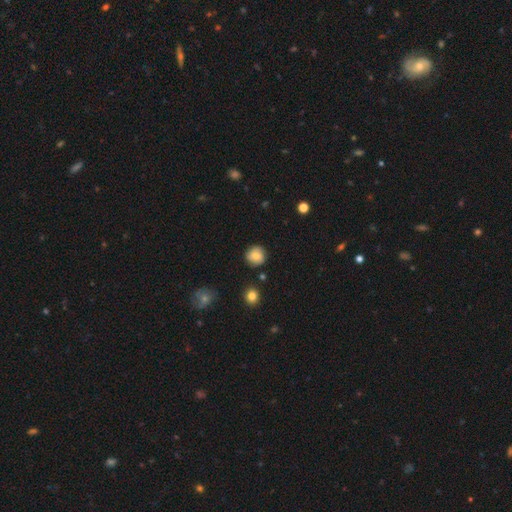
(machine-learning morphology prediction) The model was most divided on "smooth or featured": smooth: 77%, featured or disk: 13%, star or artifact: 9%. More confident: how rounded — round (91%); merging — none (85%).